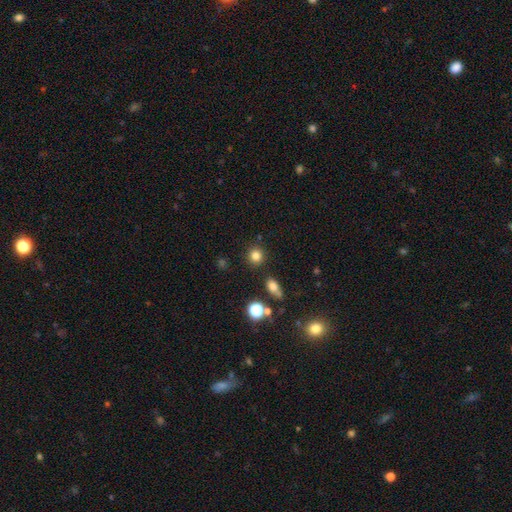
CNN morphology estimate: smooth 81%, star or artifact 13%, featured or disk 6%. Down the decision tree: how rounded — round (89%); merging — none (86%).